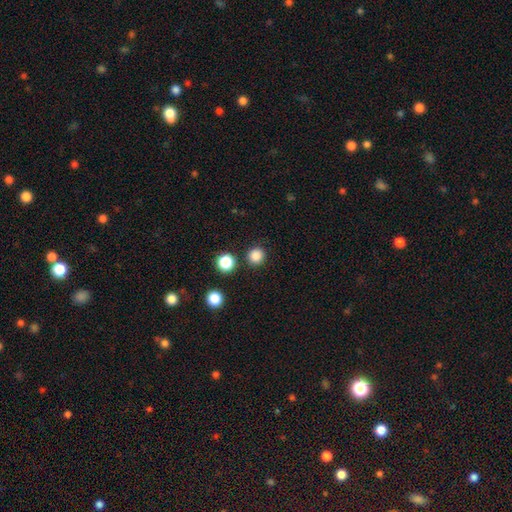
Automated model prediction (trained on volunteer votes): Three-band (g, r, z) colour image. It shows a smooth galaxy with no disk features (85%) that is round (94%). Merging: none (90%).